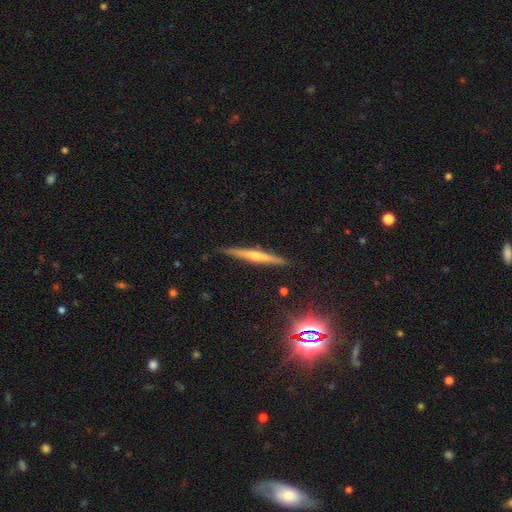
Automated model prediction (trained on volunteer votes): Smooth or featured? featured or disk (64%)
Edge-on disk? yes (97%)
Edge-on bulge? rounded (68%)
Merging? none (90%)